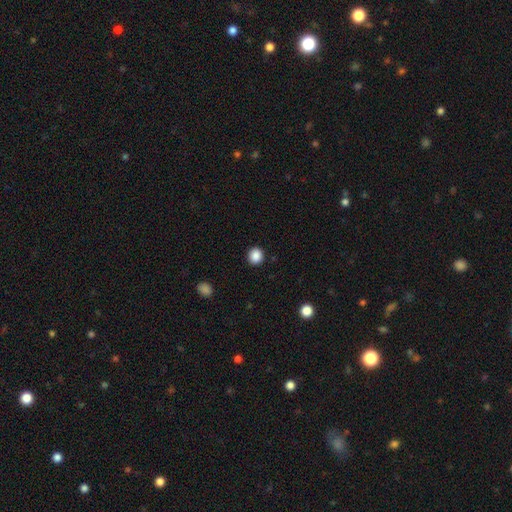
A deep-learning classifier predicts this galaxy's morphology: Smooth or featured: smooth — 88% (star or artifact — 10%)
How rounded: round — 90% (in between — 9%)
Merging: none — 92% (minor disturbance — 5%)